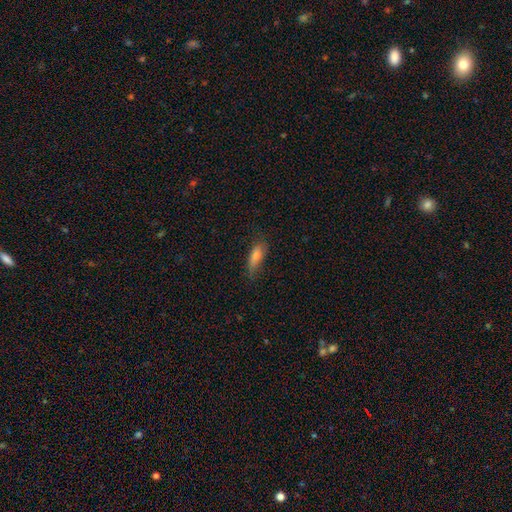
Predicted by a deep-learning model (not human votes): This is likely a smooth galaxy (69%). How rounded: possibly in between (49%). Merging: likely none (64%).